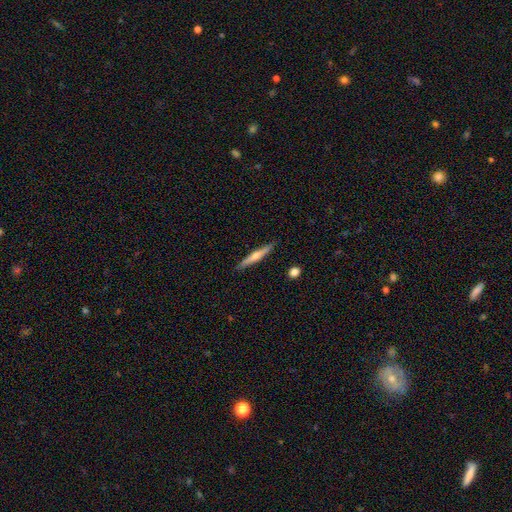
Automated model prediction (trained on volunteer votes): Morphology: type=featured or disk (57%); edge-on=yes (97%); edge-on bulge=rounded (77%); merging=none (90%).